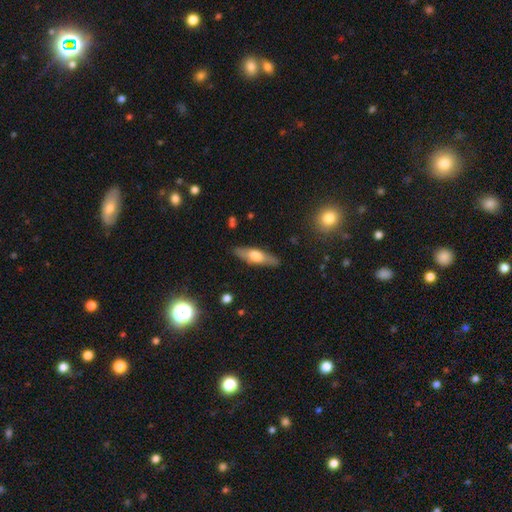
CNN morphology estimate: Overall: featured or disk (48%; smooth 46%). Merging: none (86%).